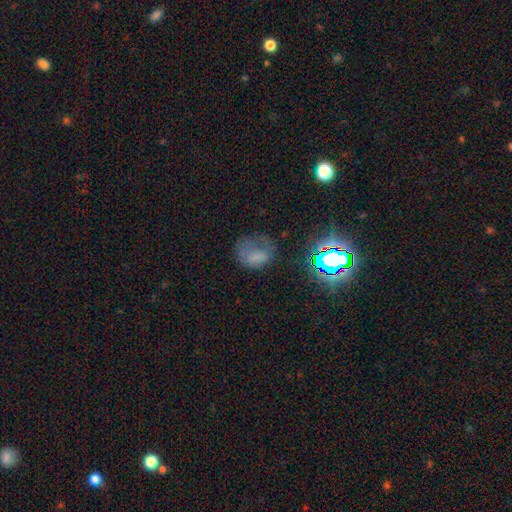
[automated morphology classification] smooth 56%, star or artifact 25%, featured or disk 20%. Down the decision tree: how rounded — in between (57%); merging — none (41%).